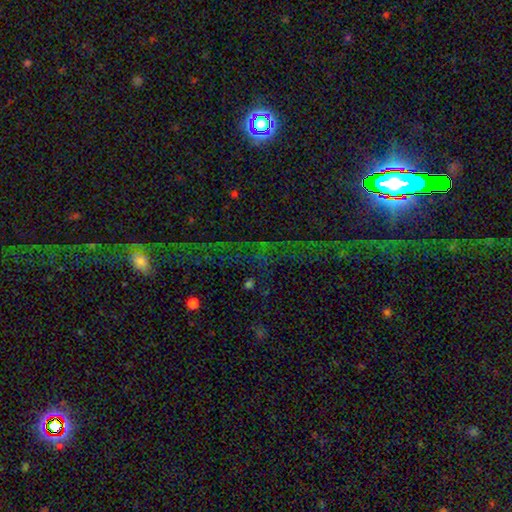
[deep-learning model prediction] smooth-or-featured: star or artifact: 72% | featured or disk: 15% | smooth: 12%